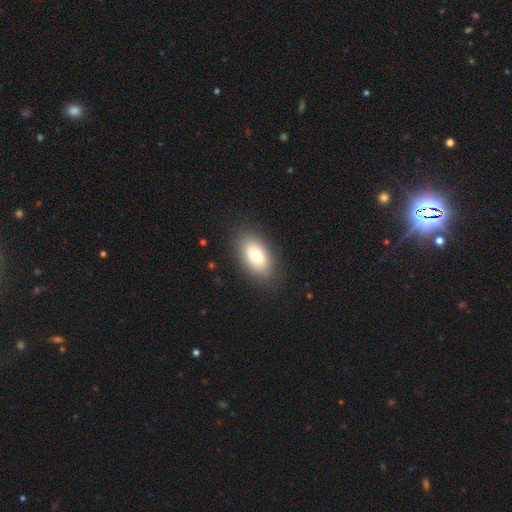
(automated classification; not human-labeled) smooth-or-featured: smooth: 73% | featured or disk: 18% | star or artifact: 9%
  how-rounded: in between: 89% | round: 9% | cigar-shaped: 2%
  merging: none: 86% | minor disturbance: 10% | major disturbance: 3% | merger: 1%